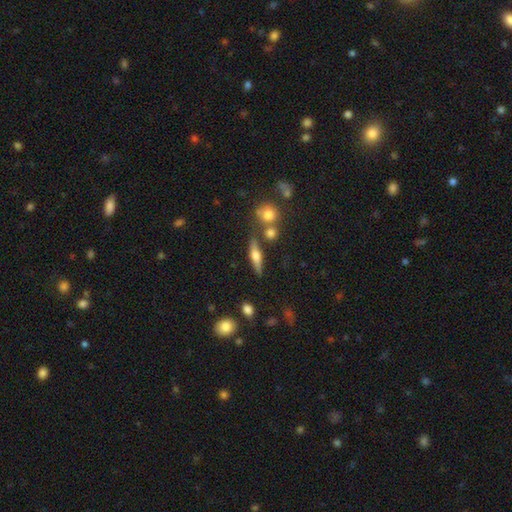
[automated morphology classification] Overall: featured or disk (54%; smooth 38%). Edge-on disk: yes (92%). Merging: none (75%).